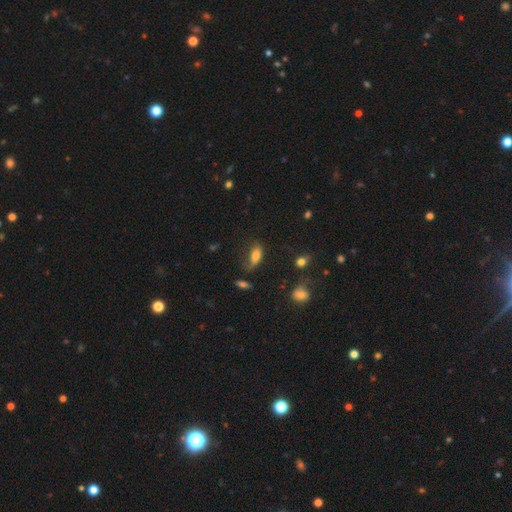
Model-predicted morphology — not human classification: smooth 74%, featured or disk 16%, star or artifact 10%. Down the decision tree: how rounded — in between (82%); merging — none (44%).